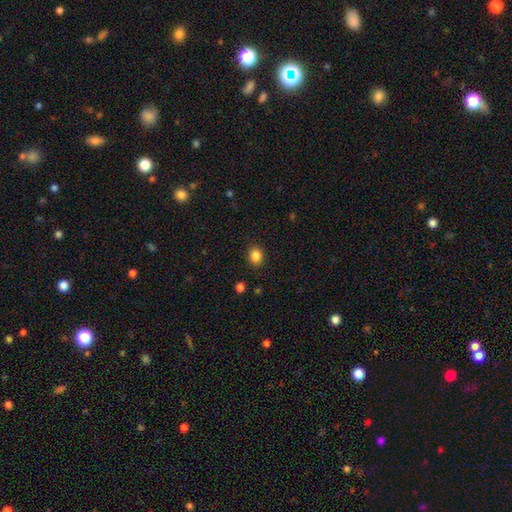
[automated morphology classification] smooth-or-featured: smooth: 86% | star or artifact: 11% | featured or disk: 4%
  how-rounded: round: 64% | in between: 35% | cigar-shaped: 1%
  merging: none: 89% | minor disturbance: 8% | major disturbance: 2% | merger: 1%